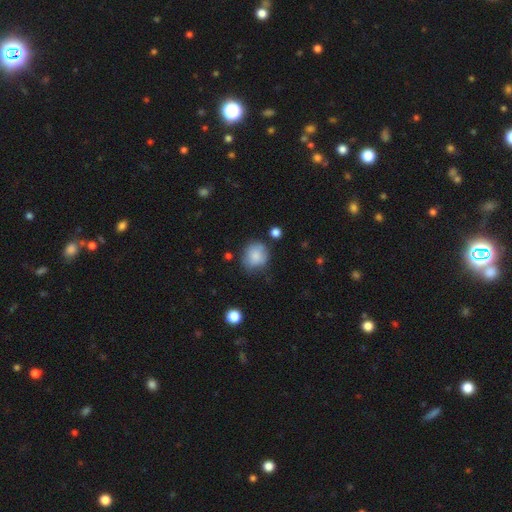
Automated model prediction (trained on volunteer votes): smooth-or-featured: smooth: 82% | featured or disk: 10% | star or artifact: 8%
  how-rounded: round: 76% | in between: 23% | cigar-shaped: 1%
  merging: none: 65% | minor disturbance: 24% | major disturbance: 7% | merger: 5%